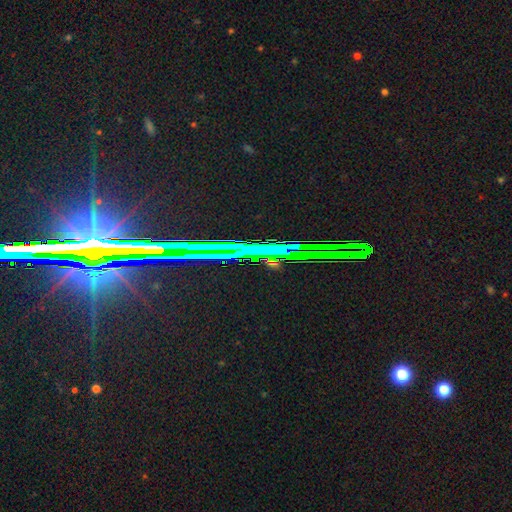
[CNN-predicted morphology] type=star or artifact (82%).